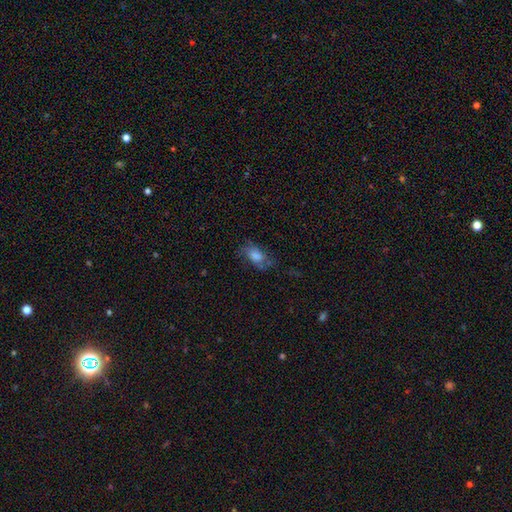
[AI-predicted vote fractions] featured or disk 44%, smooth 43%, star or artifact 14%. Down the decision tree: merging — none (57%).